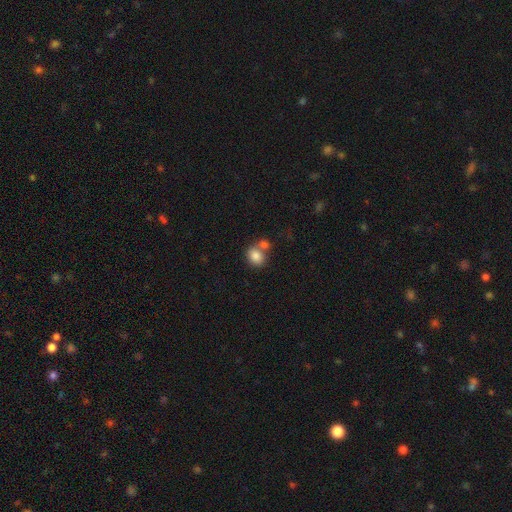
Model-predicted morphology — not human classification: Q: Smooth or featured?
A: smooth (83%); runner-up: star or artifact (9%)
Q: How rounded?
A: round (56%); runner-up: in between (43%)
Q: Merging?
A: none (44%); runner-up: merger (42%)